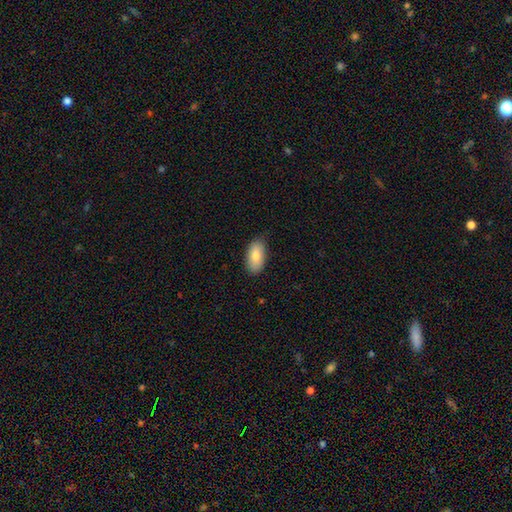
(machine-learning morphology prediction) Smooth or featured? Predicted: smooth (p=0.84). How rounded? Predicted: in between (p=0.93). Merging? Predicted: none (p=0.84).